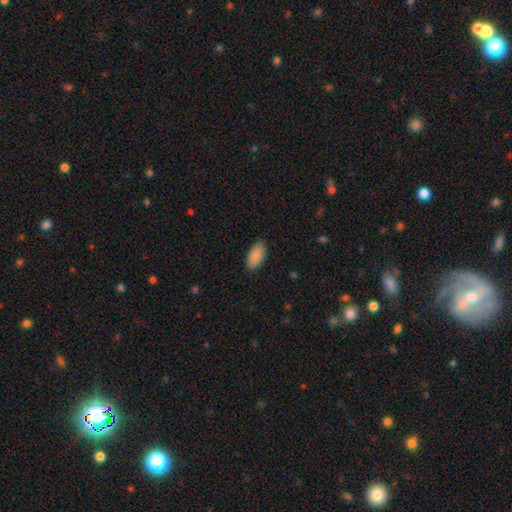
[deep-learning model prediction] Smooth or featured? Predicted: smooth (p=0.89). How rounded? Predicted: in between (p=0.94). Merging? Predicted: none (p=0.88).